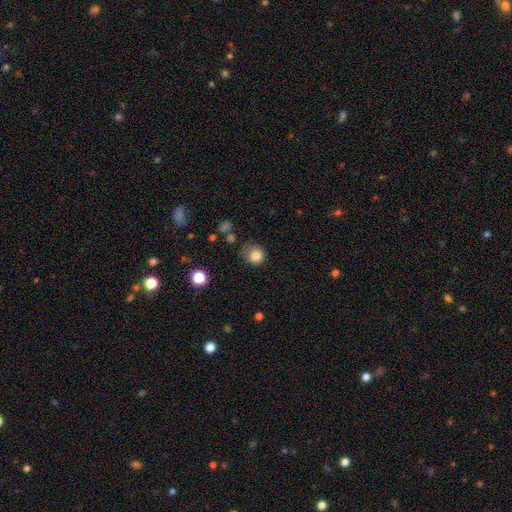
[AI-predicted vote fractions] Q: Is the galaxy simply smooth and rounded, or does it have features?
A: smooth — 83%.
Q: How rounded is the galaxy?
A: round — 83%.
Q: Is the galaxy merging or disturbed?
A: none — 60%.